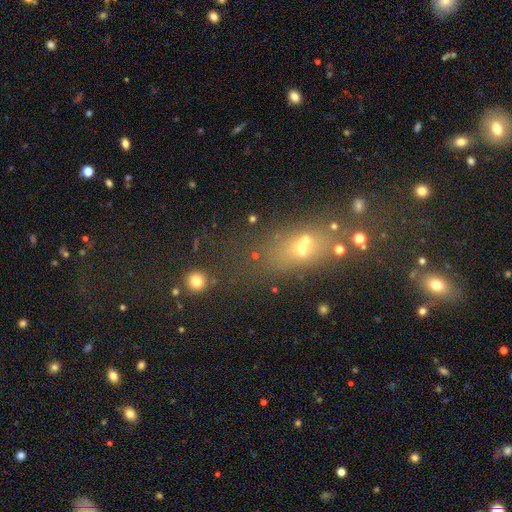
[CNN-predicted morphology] smooth-or-featured: smooth: 49% | star or artifact: 32% | featured or disk: 18%
  merging: none: 54% | merger: 24% | minor disturbance: 12% | major disturbance: 10%